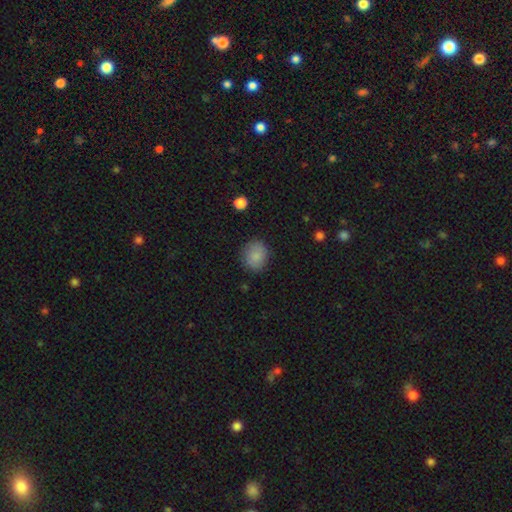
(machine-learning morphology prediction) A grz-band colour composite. It shows a smooth galaxy with no disk features (86%) that is round (67%). Merging: none (83%).